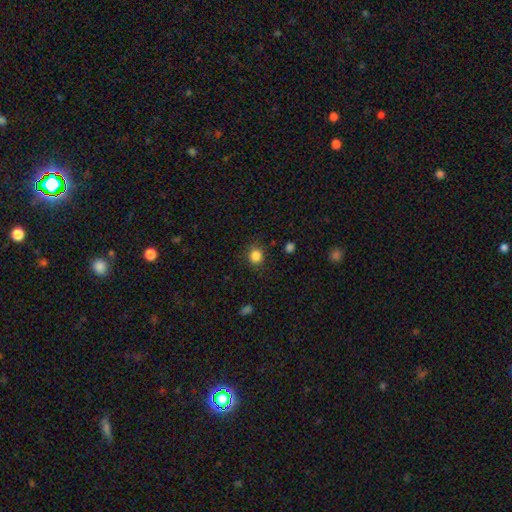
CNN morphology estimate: This appears to be a smooth galaxy with no disk features (85%) that is round (76%). Merging: none (84%).